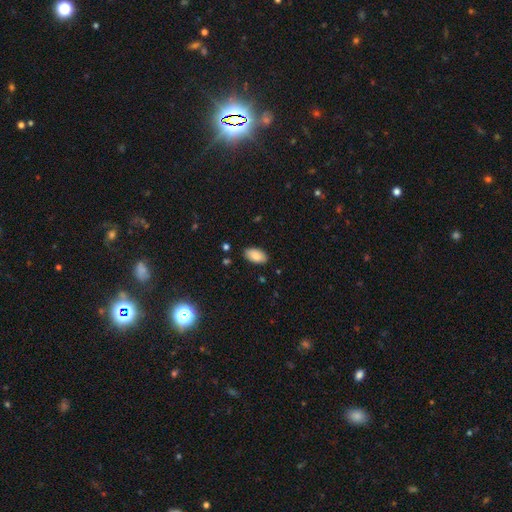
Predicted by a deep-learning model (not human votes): A smooth galaxy with no disk features (86%) that is in between round and cigar-shaped (95%). Merging: none (87%).